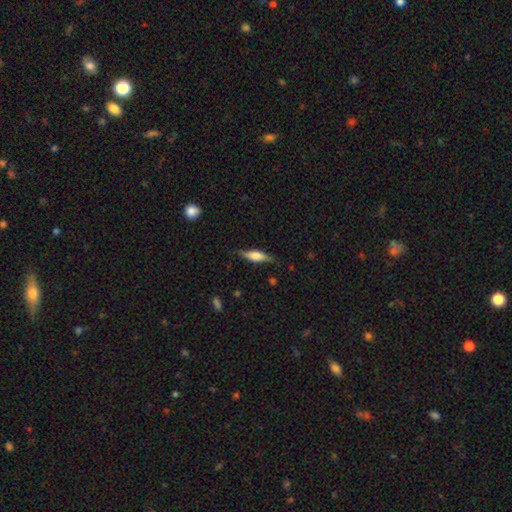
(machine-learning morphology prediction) This appears to be a smooth galaxy with no disk features (52%) that is cigar-shaped (55%). Merging: none (78%).